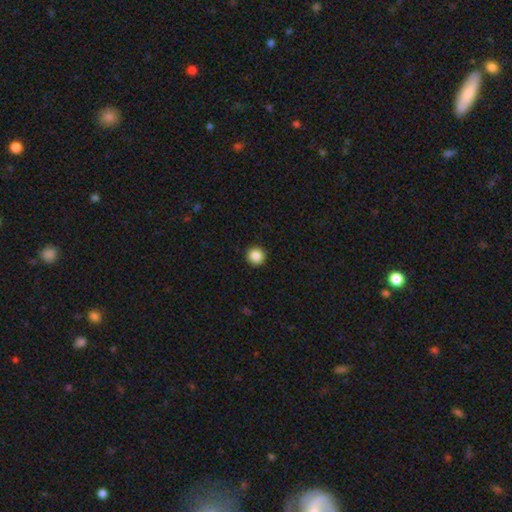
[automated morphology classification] Smooth or featured: smooth — 87% (star or artifact — 9%)
How rounded: round — 95% (in between — 4%)
Merging: none — 93% (minor disturbance — 5%)